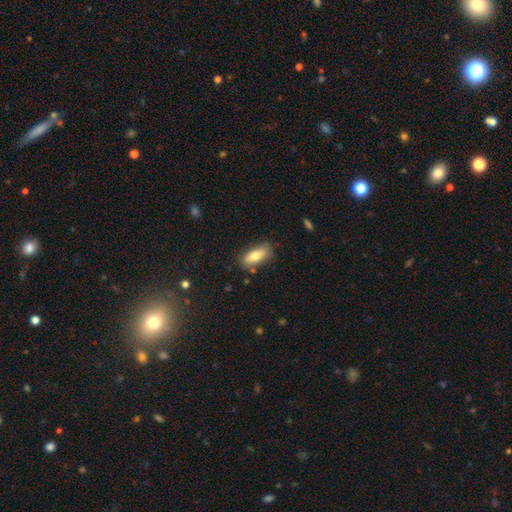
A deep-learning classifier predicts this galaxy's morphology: This appears to be a smooth galaxy with no disk features (74%) that is in between round and cigar-shaped (78%). Merging: none (79%).